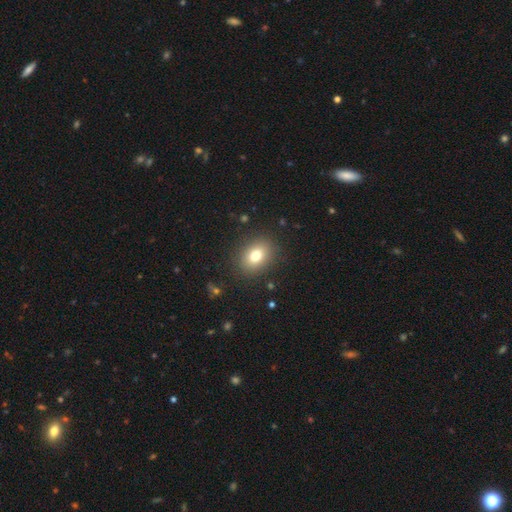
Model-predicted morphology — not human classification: A smooth galaxy with no disk features (76%) that is in between round and cigar-shaped (59%). Merging: none (88%).